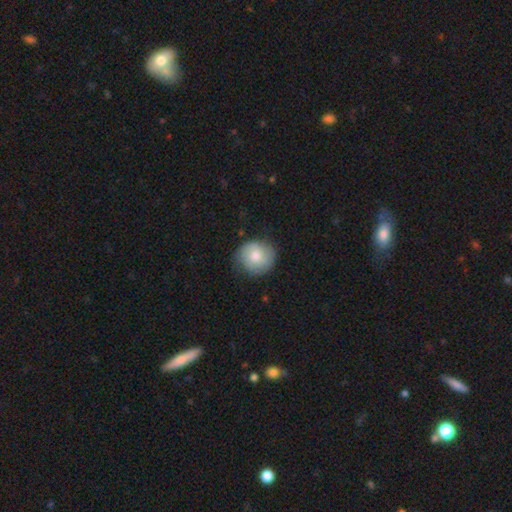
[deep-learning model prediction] smooth-or-featured: smooth: 71% | featured or disk: 22% | star or artifact: 7%
  how-rounded: round: 87% | in between: 12% | cigar-shaped: 1%
  merging: none: 73% | minor disturbance: 21% | major disturbance: 5% | merger: 1%